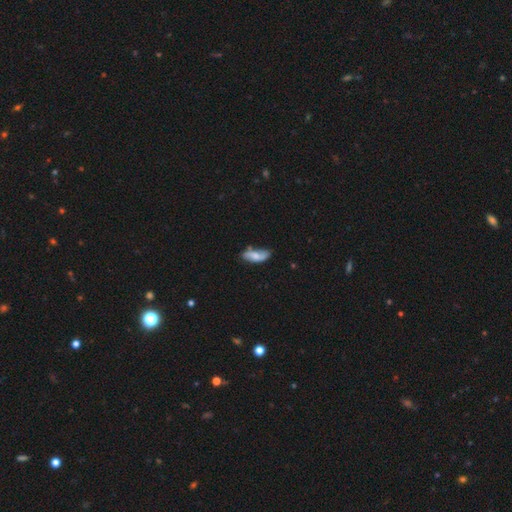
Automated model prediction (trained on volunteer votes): Smooth or featured? Predicted: smooth (p=0.62). How rounded? Predicted: in between (p=0.79). Merging? Predicted: none (p=0.57).